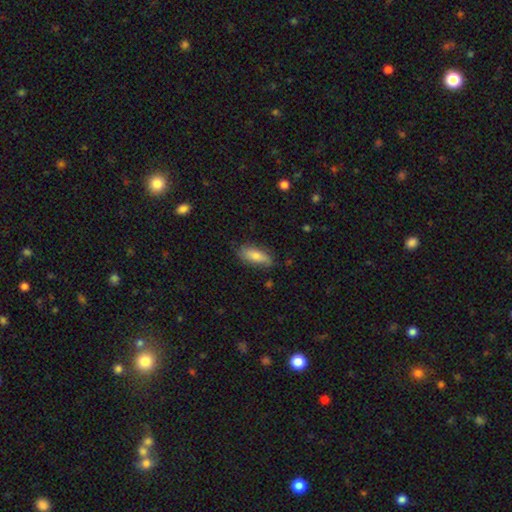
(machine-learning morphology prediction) smooth 73%, featured or disk 20%, star or artifact 6%. Down the decision tree: how rounded — in between (69%); merging — none (74%).